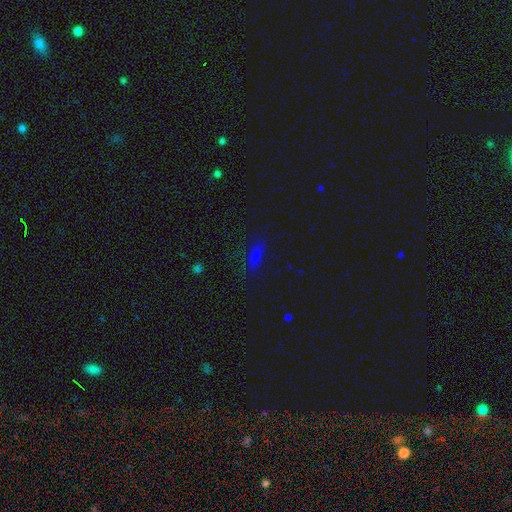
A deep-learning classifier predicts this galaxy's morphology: Smooth or featured? Predicted: smooth (p=0.65). How rounded? Predicted: in between (p=0.59). Merging? Predicted: none (p=0.78).